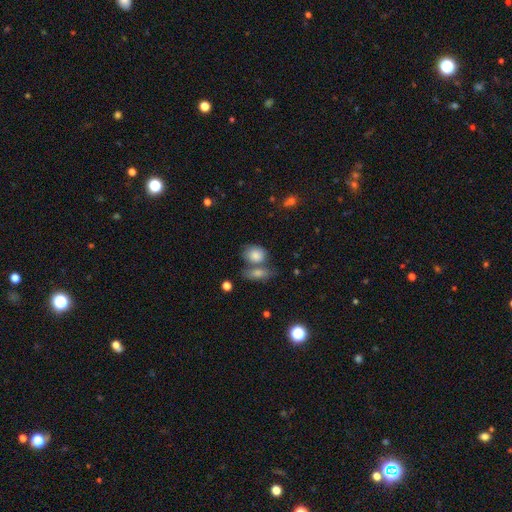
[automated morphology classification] A smooth galaxy with no disk features (82%) that is in between round and cigar-shaped (59%).

Vote fractions:
- Smooth or featured? smooth: 82% / featured or disk: 10% / star or artifact: 8%
- How rounded? in between: 59% / round: 39% / cigar-shaped: 2%
- Merging? none: 42% / merger: 38% / minor disturbance: 14% / major disturbance: 5%